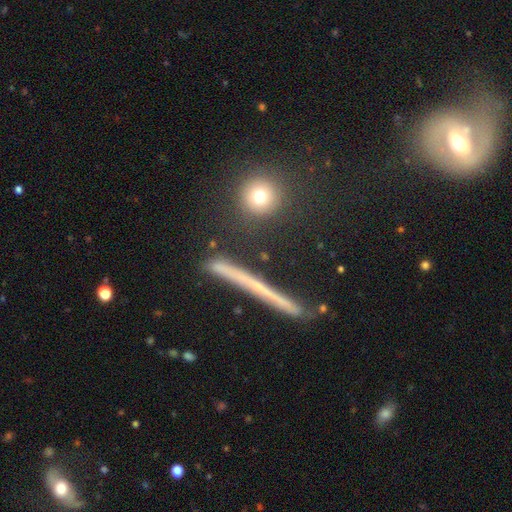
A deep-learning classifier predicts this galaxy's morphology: Smooth or featured?
  - featured or disk: 52% *
  - smooth: 35%
  - star or artifact: 14%
Edge-on disk?
  - yes: 87% *
  - no: 13%
Merging?
  - none: 84% *
  - minor disturbance: 10%
  - merger: 3%
  - major disturbance: 3%